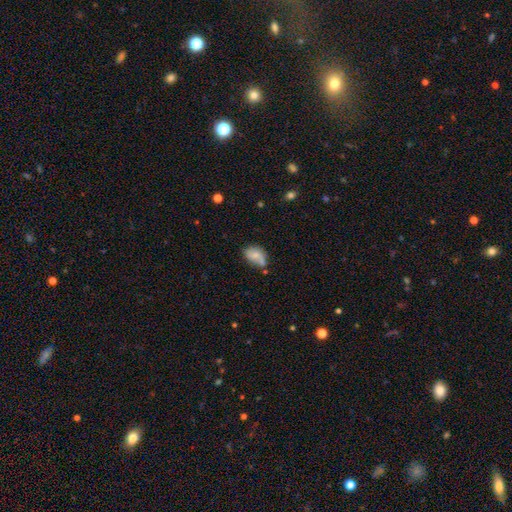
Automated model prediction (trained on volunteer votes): This appears to be a smooth galaxy with no disk features (67%) that is in between round and cigar-shaped (79%). Merging: none (40%).